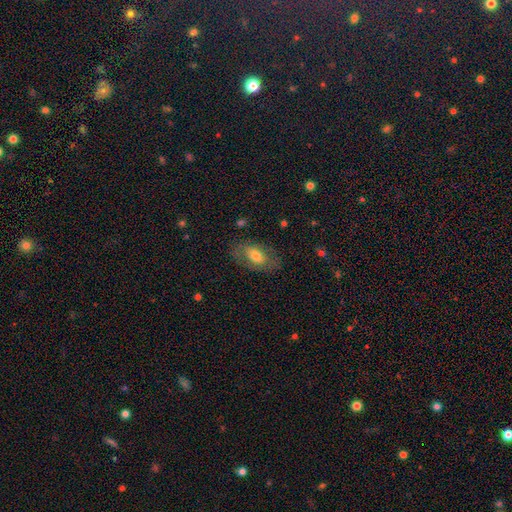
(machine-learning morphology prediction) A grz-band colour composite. It shows a smooth galaxy with no disk features (61%) that is in between round and cigar-shaped (89%). Merging: none (76%).